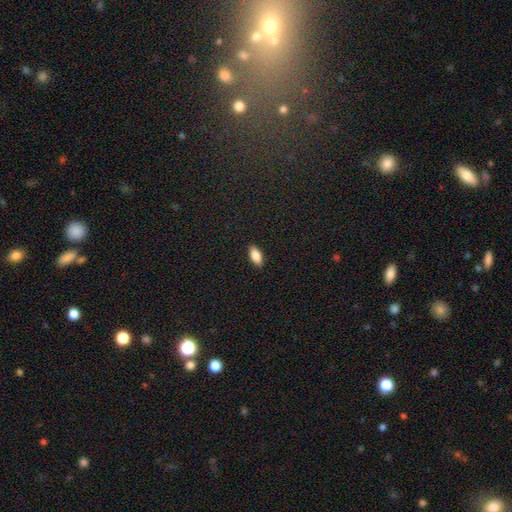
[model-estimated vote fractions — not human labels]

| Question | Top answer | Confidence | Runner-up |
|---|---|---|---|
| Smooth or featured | smooth | 86% | star or artifact (7%) |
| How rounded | in between | 90% | cigar-shaped (7%) |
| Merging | none | 89% | minor disturbance (8%) |